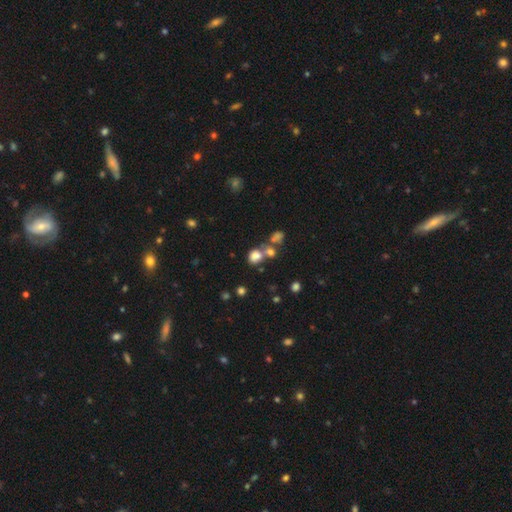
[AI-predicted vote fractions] This is likely a smooth galaxy (74%). How rounded: likely round (61%). Merging: marginally none (43%).